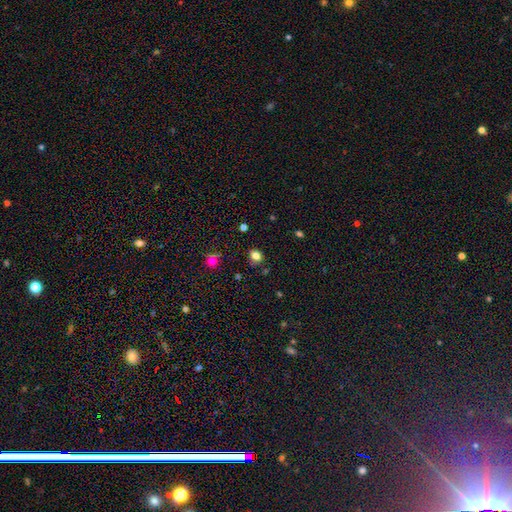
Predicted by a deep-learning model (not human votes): smooth 80%, star or artifact 14%, featured or disk 6%. Down the decision tree: how rounded — round (61%); merging — none (79%).